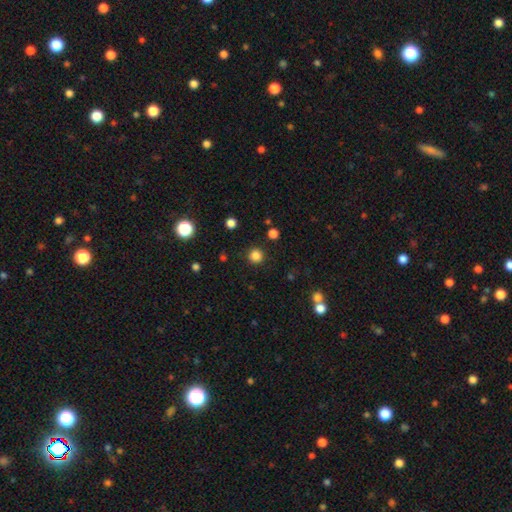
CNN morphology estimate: smooth 83%, star or artifact 13%, featured or disk 3%. Down the decision tree: how rounded — round (95%); merging — none (91%).